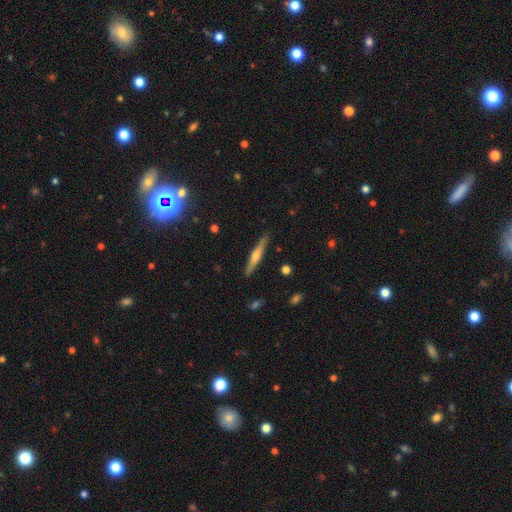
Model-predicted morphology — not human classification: This is likely a featured or disk galaxy (61%). It is clearly viewed edge-on (97%). Edge-on bulge: likely rounded (77%). Merging: clearly none (89%).